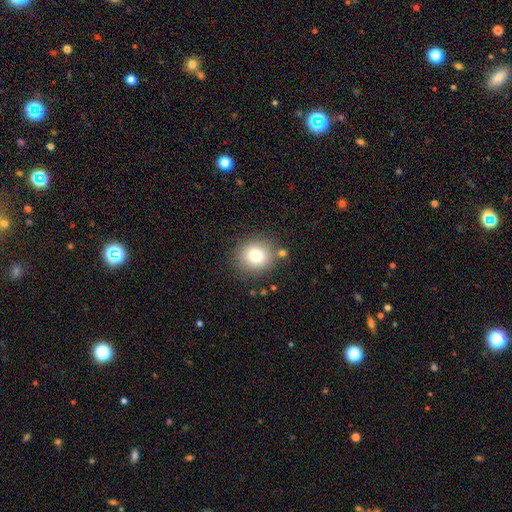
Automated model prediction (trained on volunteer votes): A smooth galaxy with no disk features (78%) that is round (86%). Merging: none (82%).